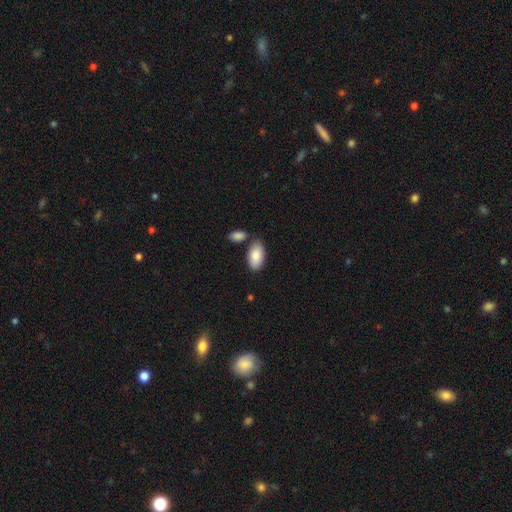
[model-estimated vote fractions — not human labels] Smooth or featured? Predicted: smooth (p=0.86). How rounded? Predicted: in between (p=0.95). Merging? Predicted: none (p=0.74).